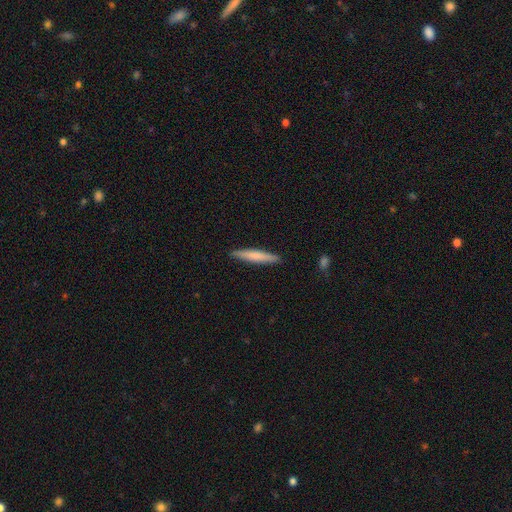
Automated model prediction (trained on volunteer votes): Smooth or featured?
  - smooth: 69% *
  - featured or disk: 26%
  - star or artifact: 5%
How rounded?
  - cigar-shaped: 93% *
  - in between: 5%
  - round: 1%
Merging?
  - none: 90% *
  - minor disturbance: 7%
  - major disturbance: 1%
  - merger: 1%